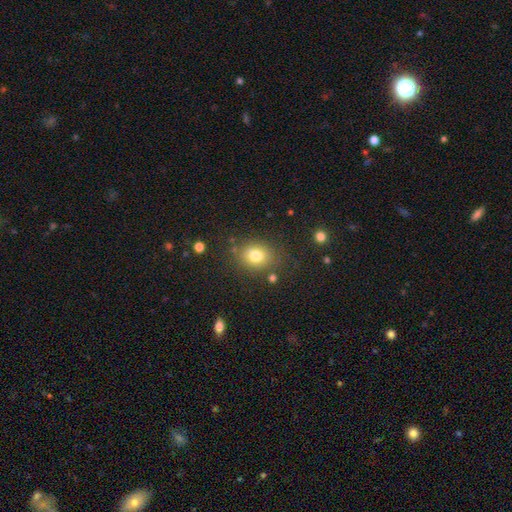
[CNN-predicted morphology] This is likely a smooth galaxy (79%). How rounded: possibly round (60%). Merging: likely none (79%).